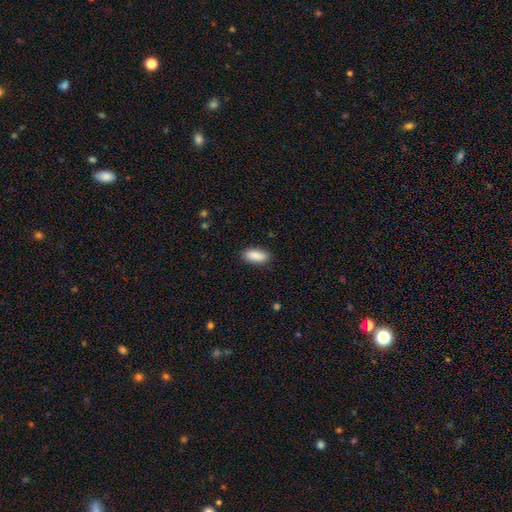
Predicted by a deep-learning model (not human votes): Smooth or featured? Predicted: smooth (p=0.89). How rounded? Predicted: in between (p=0.84). Merging? Predicted: none (p=0.88).